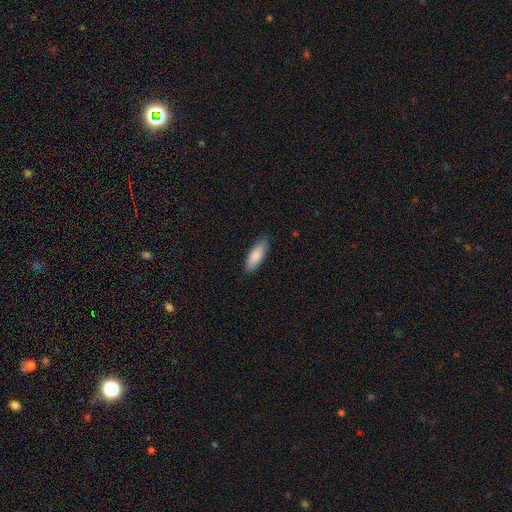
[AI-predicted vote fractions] Smooth or featured?
  - smooth: 86% *
  - featured or disk: 9%
  - star or artifact: 5%
How rounded?
  - in between: 65% *
  - cigar-shaped: 34%
  - round: 1%
Merging?
  - none: 86% *
  - minor disturbance: 12%
  - major disturbance: 2%
  - merger: 1%